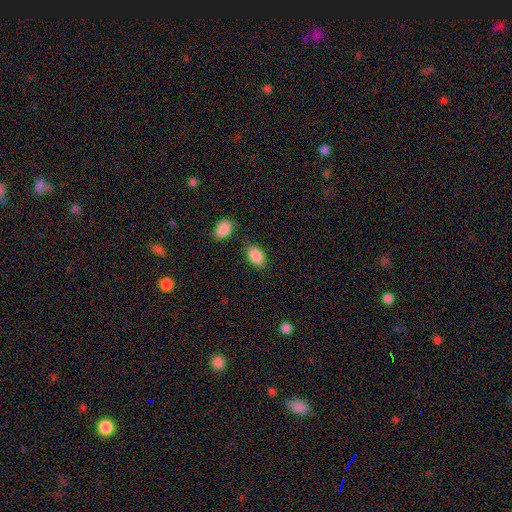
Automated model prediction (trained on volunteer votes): smooth 88%, star or artifact 7%, featured or disk 5%. Down the decision tree: how rounded — in between (90%); merging — none (77%).